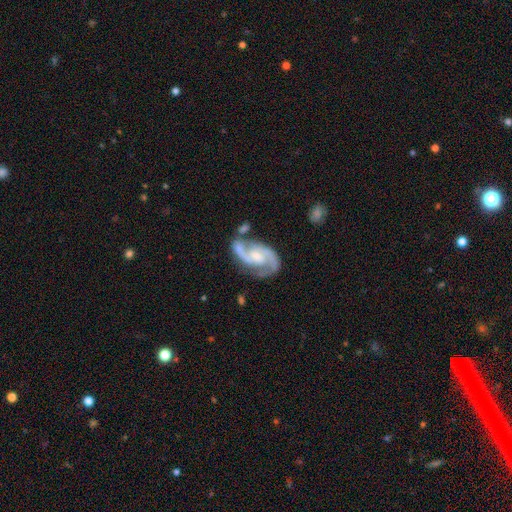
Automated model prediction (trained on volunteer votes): Smooth or featured?
  - featured or disk: 91% *
  - smooth: 5%
  - star or artifact: 4%
Edge-on disk?
  - no: 98% *
  - yes: 2%
Bar?
  - no: 44% *
  - weak: 43%
  - strong: 13%
Spiral arms?
  - yes: 98% *
  - no: 2%
Spiral winding?
  - medium: 57% *
  - tight: 22%
  - loose: 21%
Spiral arm count?
  - 2: 91% *
  - can't tell: 3%
  - 3: 3%
  - 1: 2%
  - 4: 1%
  - more than 4: 1%
Bulge size?
  - small: 47% *
  - moderate: 40%
  - none: 9%
  - large: 3%
  - dominant: 1%
Merging?
  - none: 56% *
  - minor disturbance: 20%
  - merger: 14%
  - major disturbance: 9%